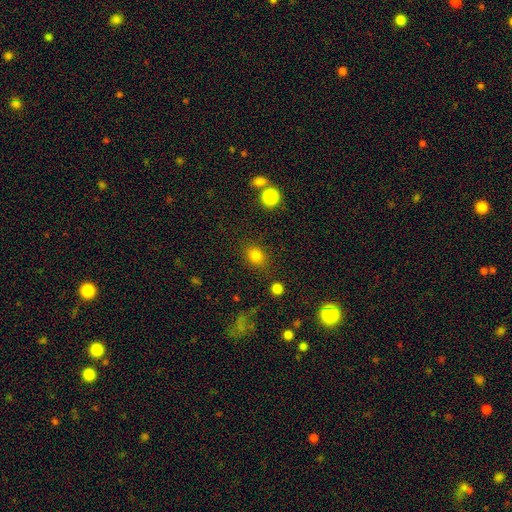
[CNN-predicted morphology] Smooth or featured? smooth (81%)
How rounded? round (51%)
Merging? none (81%)